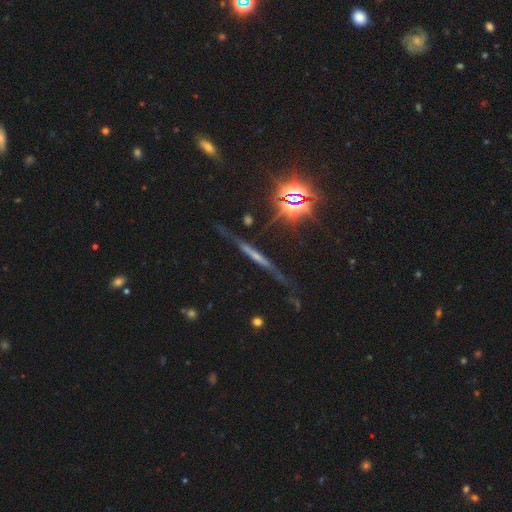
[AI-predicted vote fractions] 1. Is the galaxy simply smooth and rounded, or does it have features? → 60% featured or disk, 23% star or artifact, 17% smooth.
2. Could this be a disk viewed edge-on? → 88% yes, 12% no.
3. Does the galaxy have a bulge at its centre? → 46% none, 30% rounded, 24% boxy.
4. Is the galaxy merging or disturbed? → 67% none, 20% minor disturbance, 9% major disturbance, 4% merger.